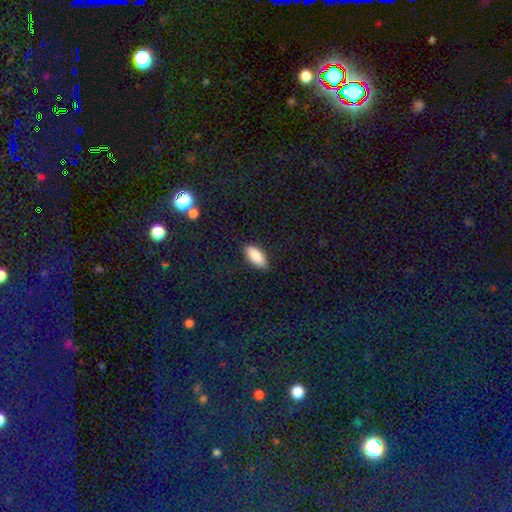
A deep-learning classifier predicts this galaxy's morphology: Q: Smooth or featured?
A: smooth (89%); runner-up: star or artifact (6%)
Q: How rounded?
A: in between (86%); runner-up: cigar-shaped (12%)
Q: Merging?
A: none (86%); runner-up: minor disturbance (11%)